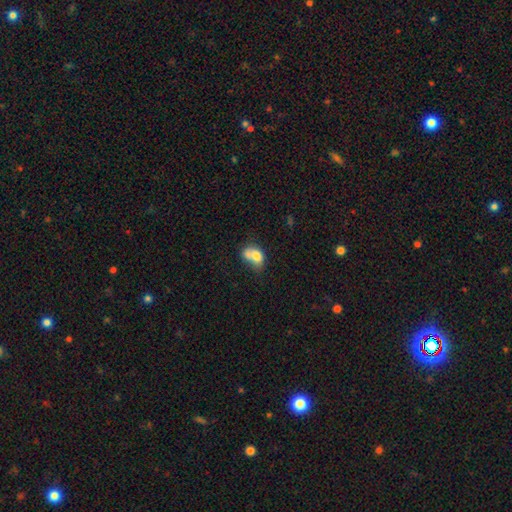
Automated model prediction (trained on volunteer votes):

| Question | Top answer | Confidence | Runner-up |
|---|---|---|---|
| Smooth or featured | smooth | 71% | featured or disk (19%) |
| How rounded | in between | 68% | round (31%) |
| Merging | merger | 54% | none (21%) |